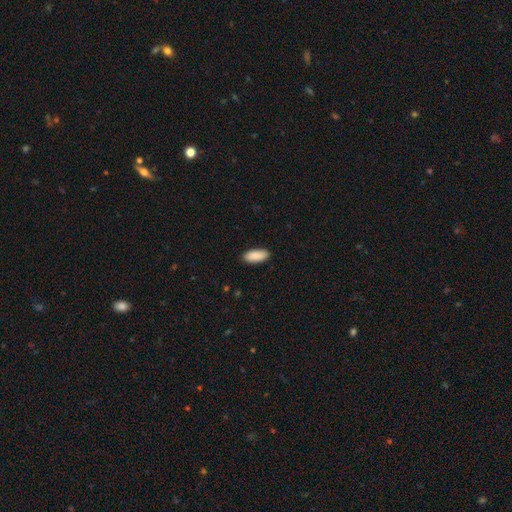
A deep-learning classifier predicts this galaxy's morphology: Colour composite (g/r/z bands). It shows a smooth galaxy with no disk features (91%) that is in between round and cigar-shaped (85%). Merging: none (89%).